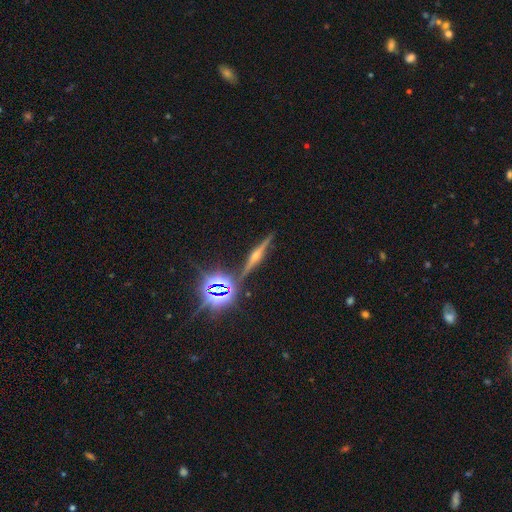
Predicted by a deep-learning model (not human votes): A featured or disk galaxy (70%) viewed edge-on (97%) with a rounded central bulge (92%).

Vote fractions:
- Smooth or featured? featured or disk: 70% / star or artifact: 20% / smooth: 9%
- Edge-on disk? yes: 97% / no: 3%
- Edge-on bulge? rounded: 92% / boxy: 5% / none: 3%
- Merging? none: 88% / minor disturbance: 7% / merger: 2% / major disturbance: 2%